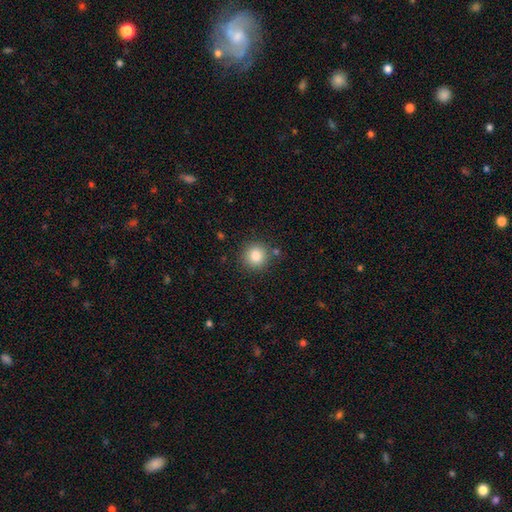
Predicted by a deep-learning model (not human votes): A smooth galaxy with no disk features (83%) that is round (93%). Merging: none (85%).